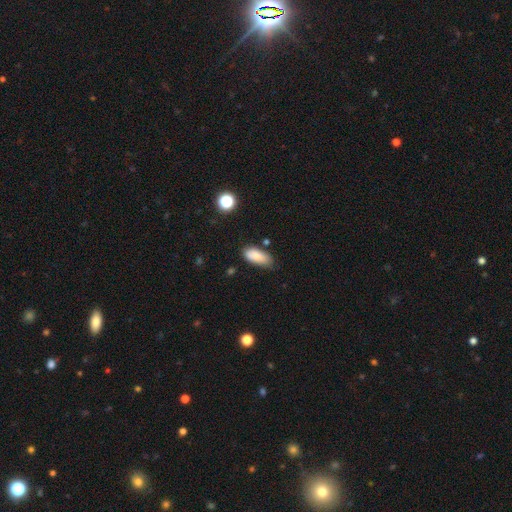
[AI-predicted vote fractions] Overall: smooth (85%). How rounded: in between (86%). Merging: none (67%).